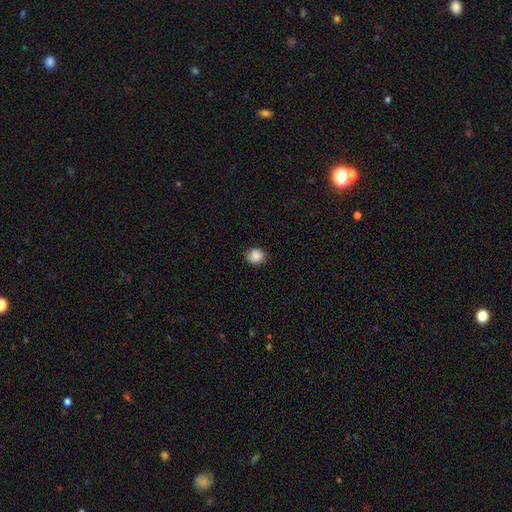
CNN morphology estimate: This is clearly a smooth galaxy (88%). How rounded: likely round (80%). Merging: clearly none (87%).